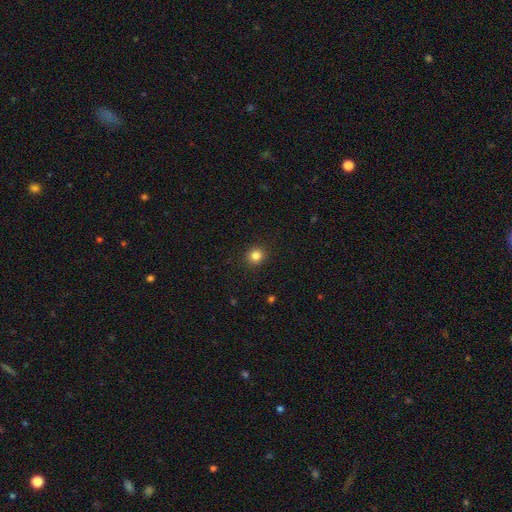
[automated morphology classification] A smooth galaxy with no disk features (84%) that is round (89%).

Vote fractions:
- Smooth or featured? smooth: 84% / star or artifact: 12% / featured or disk: 5%
- How rounded? round: 89% / in between: 10% / cigar-shaped: 1%
- Merging? none: 92% / minor disturbance: 5% / major disturbance: 2% / merger: 1%